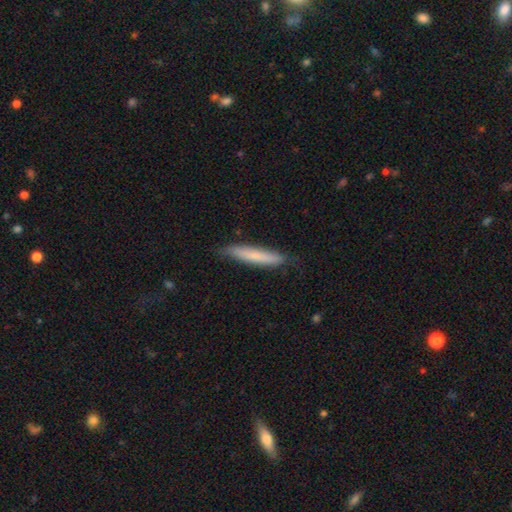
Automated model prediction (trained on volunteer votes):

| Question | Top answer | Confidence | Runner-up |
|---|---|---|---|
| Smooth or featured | smooth | 72% | featured or disk (22%) |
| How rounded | cigar-shaped | 93% | in between (6%) |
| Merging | none | 80% | minor disturbance (16%) |